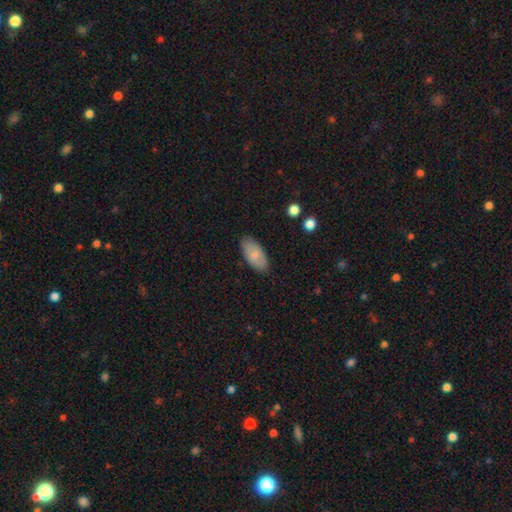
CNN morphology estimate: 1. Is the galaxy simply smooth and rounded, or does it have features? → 80% smooth, 14% featured or disk, 6% star or artifact.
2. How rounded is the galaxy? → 92% in between, 6% cigar-shaped, 2% round.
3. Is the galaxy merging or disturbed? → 85% none, 12% minor disturbance, 2% major disturbance, 1% merger.